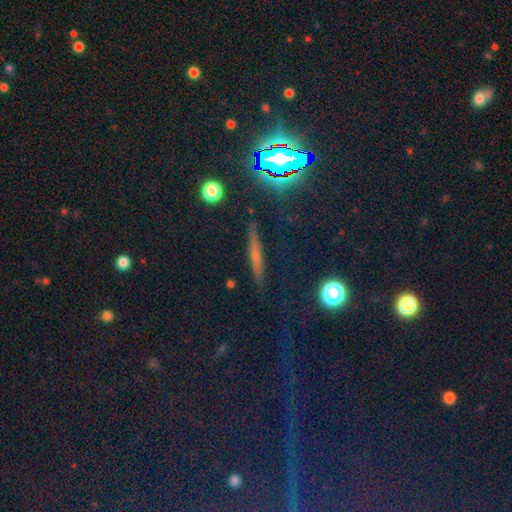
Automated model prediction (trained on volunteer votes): Overall: smooth (38%; featured or disk 37%). Merging: none (88%).